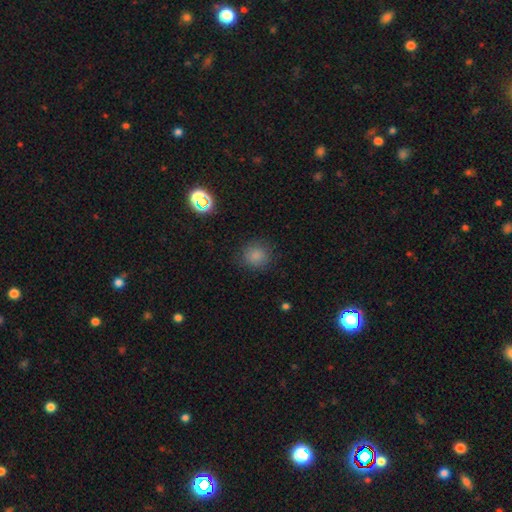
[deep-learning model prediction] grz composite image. It shows a smooth galaxy with no disk features (83%) that is round (86%). Merging: none (85%).